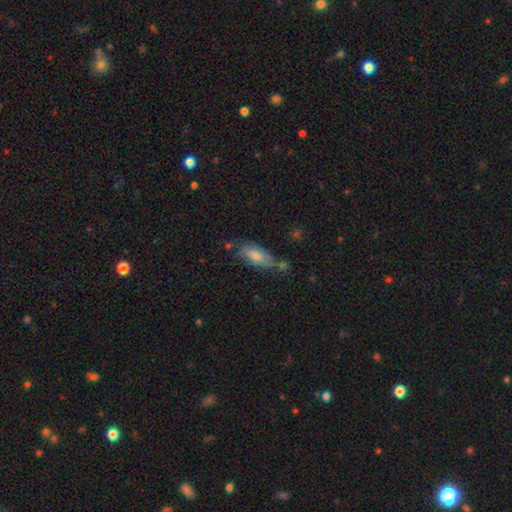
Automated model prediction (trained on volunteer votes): Smooth or featured: smooth — 71% (featured or disk — 21%)
How rounded: in between — 75% (cigar-shaped — 23%)
Merging: none — 53% (minor disturbance — 25%)